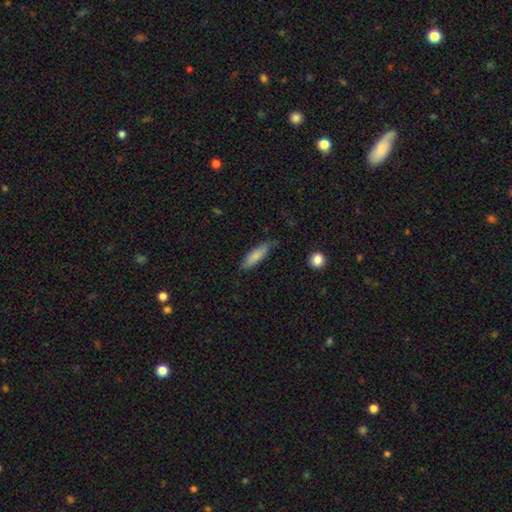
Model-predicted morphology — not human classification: smooth 81%, featured or disk 13%, star or artifact 6%. Down the decision tree: how rounded — cigar-shaped (61%); merging — none (80%).